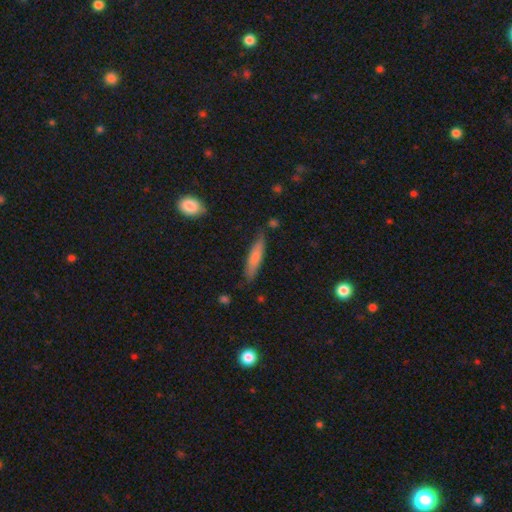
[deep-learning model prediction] smooth_or_featured: smooth (p=0.71) [alt: featured or disk p=0.23]
how_rounded: cigar-shaped (p=0.85) [alt: in between p=0.13]
merging: none (p=0.82) [alt: minor disturbance p=0.13]